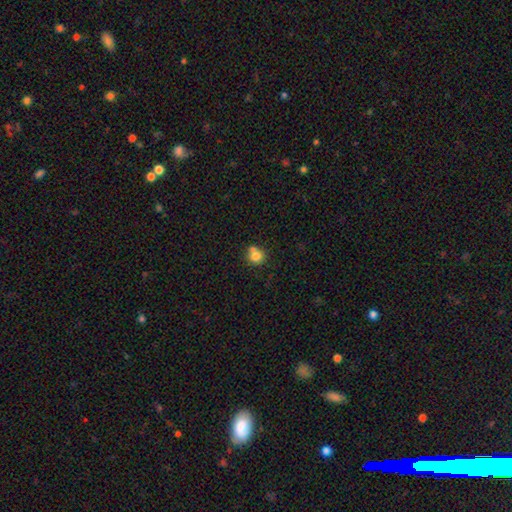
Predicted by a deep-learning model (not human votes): Morphology: type=smooth (80%); roundness=round (89%); merging=none (56%).